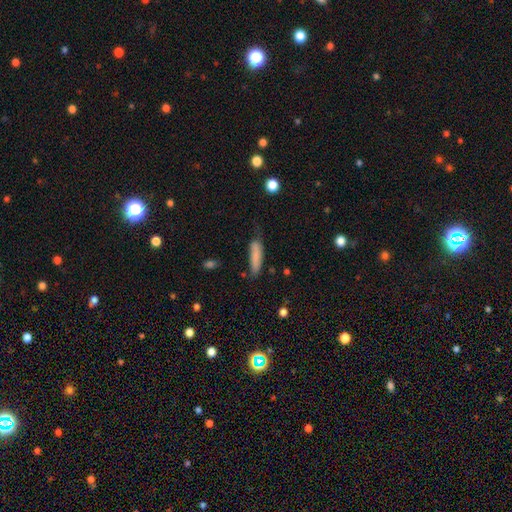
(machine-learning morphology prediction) smooth_or_featured: smooth (p=0.81) [alt: featured or disk p=0.12]
how_rounded: cigar-shaped (p=0.69) [alt: in between p=0.29]
merging: none (p=0.58) [alt: minor disturbance p=0.30]